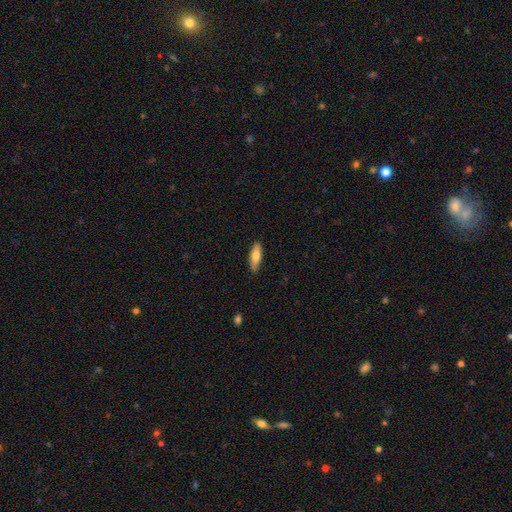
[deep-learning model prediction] Smooth or featured? Predicted: smooth (p=0.72). How rounded? Predicted: cigar-shaped (p=0.53). Merging? Predicted: none (p=0.86).